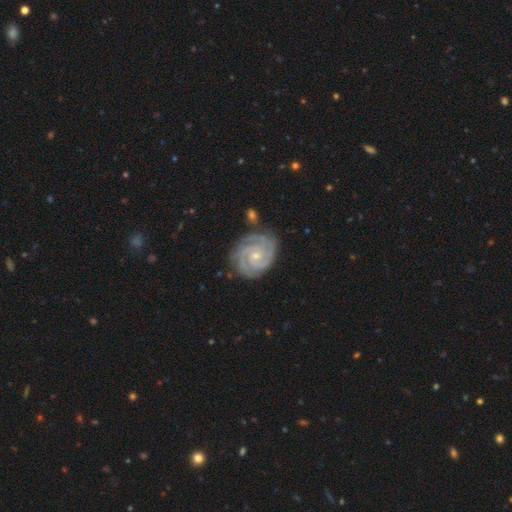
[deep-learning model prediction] smooth_or_featured: featured or disk (p=0.92) [alt: star or artifact p=0.04]
disk_edge_on: no (p=0.98) [alt: yes p=0.02]
bar: no (p=0.63) [alt: weak p=0.28]
has_spiral_arms: yes (p=0.99) [alt: no p=0.01]
spiral_winding: tight (p=0.81) [alt: medium p=0.18]
spiral_arm_count: 3 (p=0.42) [alt: 2 p=0.23]
bulge_size: small (p=0.71) [alt: moderate p=0.26]
merging: none (p=0.78) [alt: minor disturbance p=0.16]